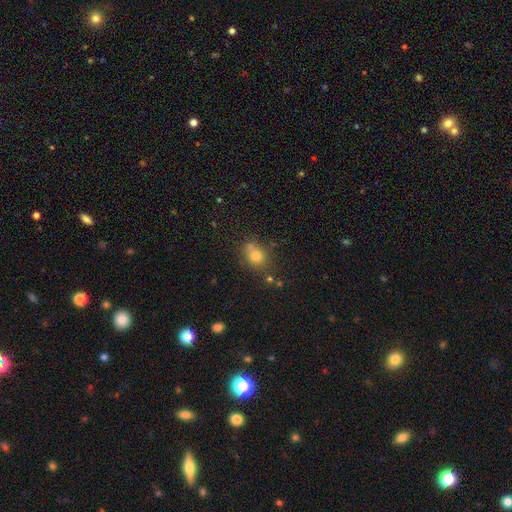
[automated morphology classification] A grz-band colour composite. It shows a smooth galaxy with no disk features (76%) that is round (67%). Merging: none (55%).